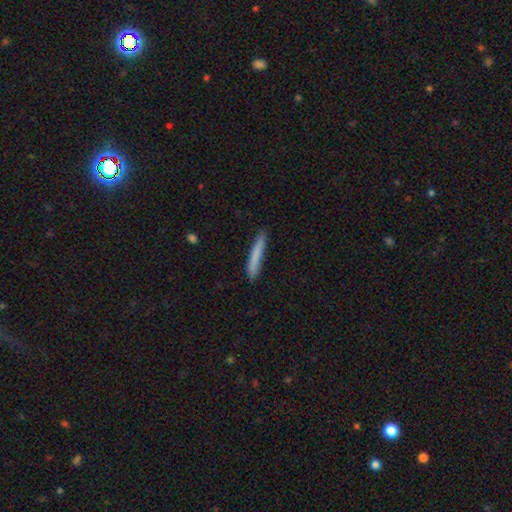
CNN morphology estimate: This appears to be a smooth galaxy with no disk features (80%) that is cigar-shaped (95%). Merging: none (86%).